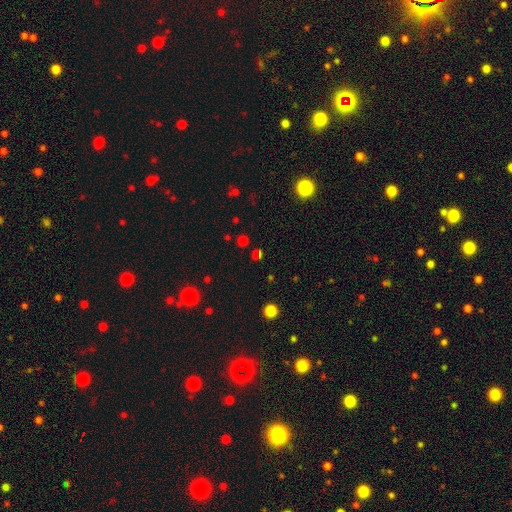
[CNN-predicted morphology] star or artifact 48%, smooth 44%, featured or disk 8%.